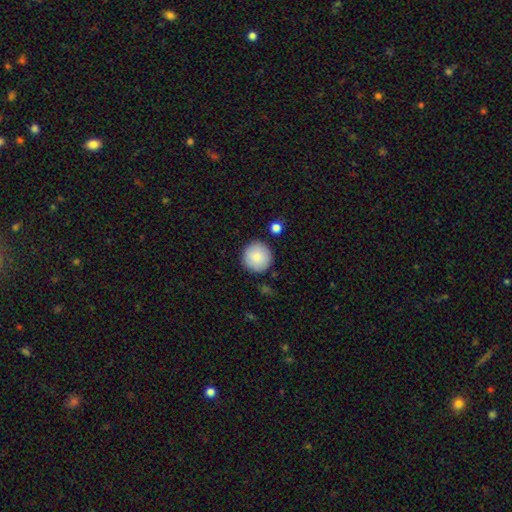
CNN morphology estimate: A smooth galaxy with no disk features (85%) that is round (95%).

Vote fractions:
- Smooth or featured? smooth: 85% / featured or disk: 8% / star or artifact: 7%
- How rounded? round: 95% / in between: 4% / cigar-shaped: 1%
- Merging? none: 88% / minor disturbance: 8% / merger: 2% / major disturbance: 2%